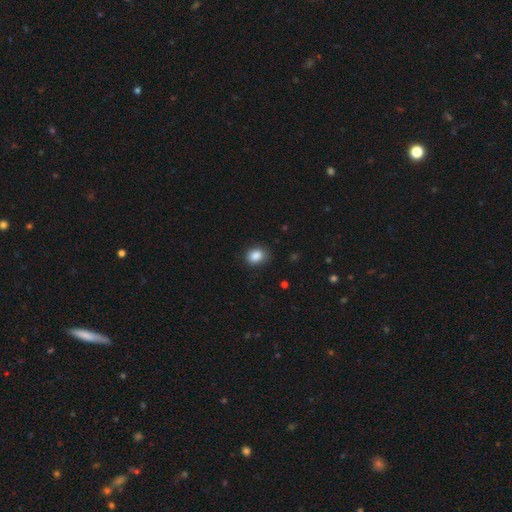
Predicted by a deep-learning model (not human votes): A smooth galaxy with no disk features (87%) that is in between round and cigar-shaped (52%).

Vote fractions:
- Smooth or featured? smooth: 87% / star or artifact: 9% / featured or disk: 4%
- How rounded? in between: 52% / round: 47% / cigar-shaped: 1%
- Merging? none: 84% / minor disturbance: 12% / major disturbance: 3% / merger: 1%